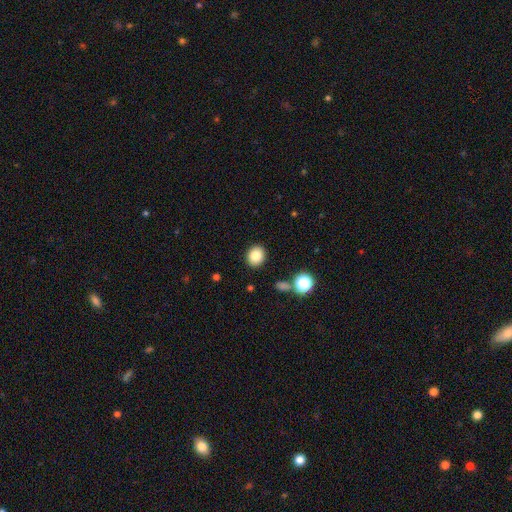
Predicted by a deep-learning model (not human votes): This appears to be a smooth galaxy with no disk features (83%) that is round (70%). Merging: none (89%).